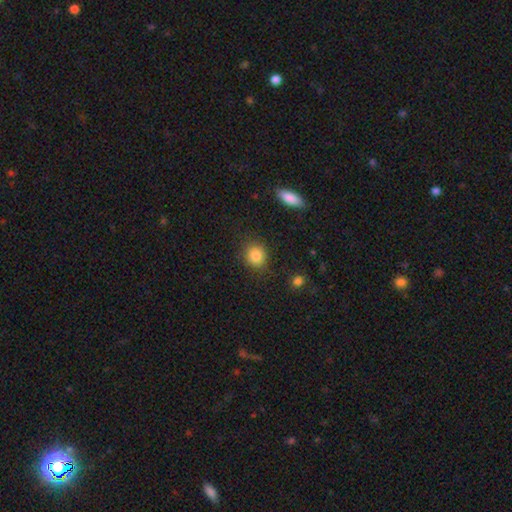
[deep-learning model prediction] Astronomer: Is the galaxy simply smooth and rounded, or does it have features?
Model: smooth — 85%.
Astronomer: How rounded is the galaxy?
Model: round — 81%.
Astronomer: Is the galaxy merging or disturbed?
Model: none — 86%.